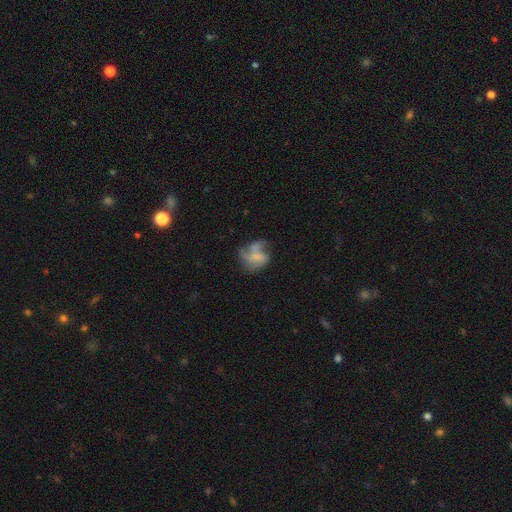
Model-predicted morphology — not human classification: Smooth or featured? Predicted: featured or disk (p=0.51). Edge-on disk? Predicted: no (p=0.98). Bar? Predicted: no (p=0.68). Spiral arms? Predicted: yes (p=0.59). Bulge size? Predicted: none (p=0.44). Merging? Predicted: none (p=0.39).